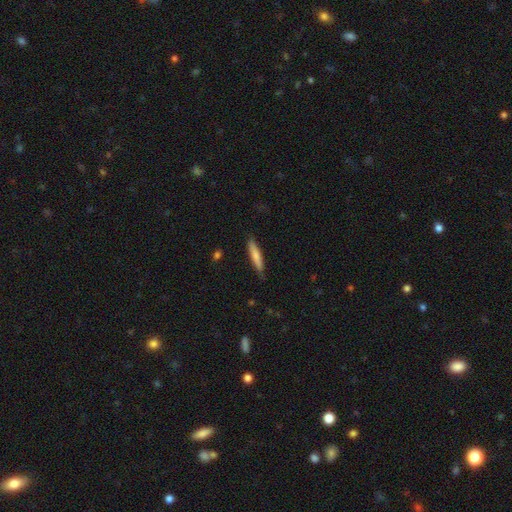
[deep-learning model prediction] The model was most divided on "smooth or featured": smooth: 72%, featured or disk: 23%, star or artifact: 5%. More confident: how rounded — cigar-shaped (88%); merging — none (84%).